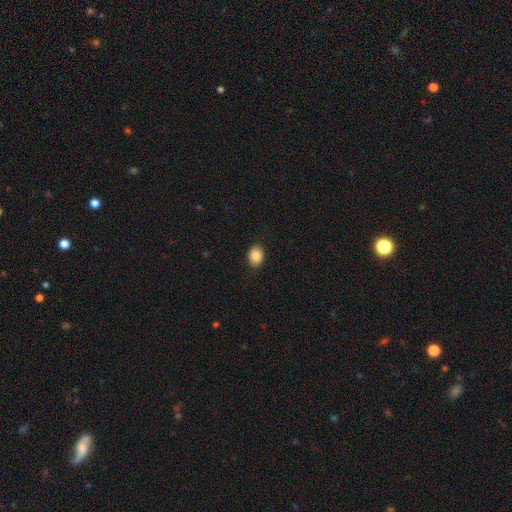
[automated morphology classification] Q: Smooth or featured?
A: smooth (86%); runner-up: star or artifact (8%)
Q: How rounded?
A: in between (68%); runner-up: round (31%)
Q: Merging?
A: none (89%); runner-up: minor disturbance (8%)